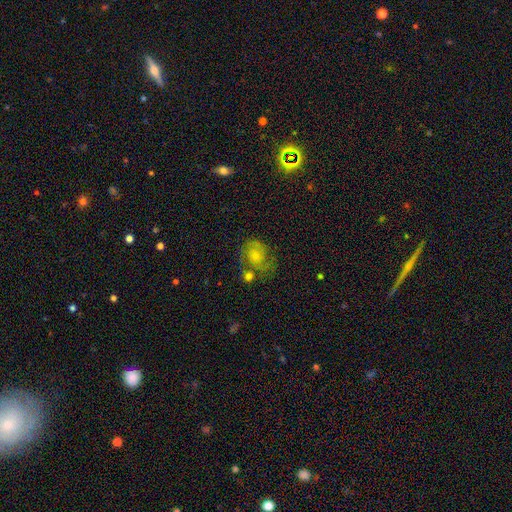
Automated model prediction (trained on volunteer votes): smooth_or_featured: featured or disk (p=0.48) [alt: smooth p=0.41]
merging: none (p=0.49) [alt: minor disturbance p=0.22]